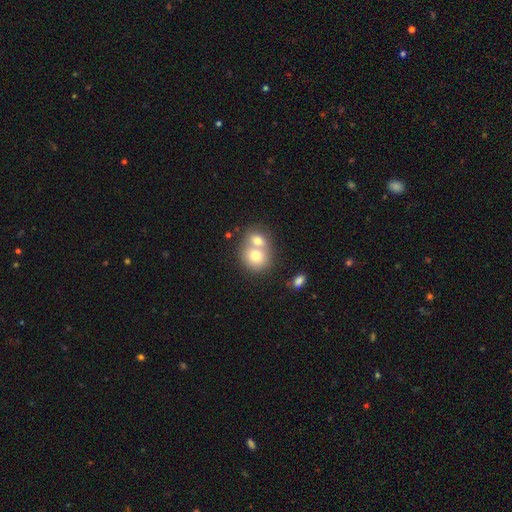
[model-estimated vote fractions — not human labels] smooth-or-featured: smooth: 71% | featured or disk: 20% | star or artifact: 9%
  how-rounded: round: 71% | in between: 29% | cigar-shaped: 1%
  merging: merger: 68% | none: 24% | minor disturbance: 5% | major disturbance: 2%